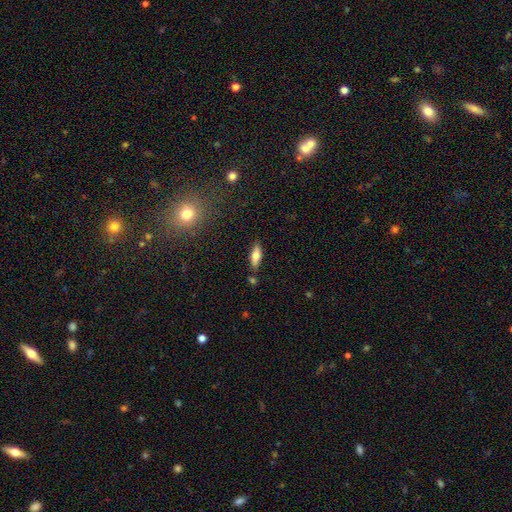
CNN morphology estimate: Overall: smooth (72%). How rounded: in between (64%; cigar-shaped 34%). Merging: none (79%).